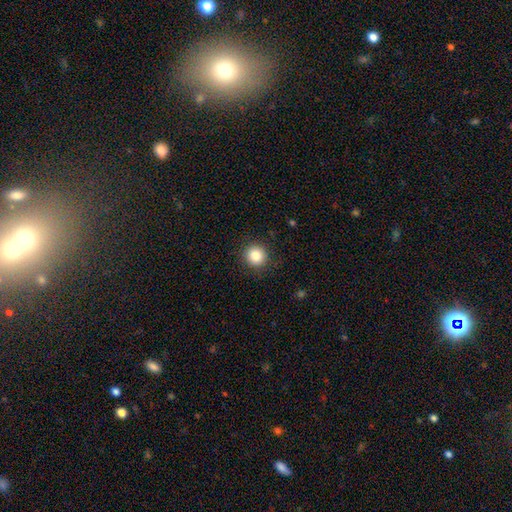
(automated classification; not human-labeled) smooth 84%, star or artifact 10%, featured or disk 5%. Down the decision tree: how rounded — round (94%); merging — none (91%).